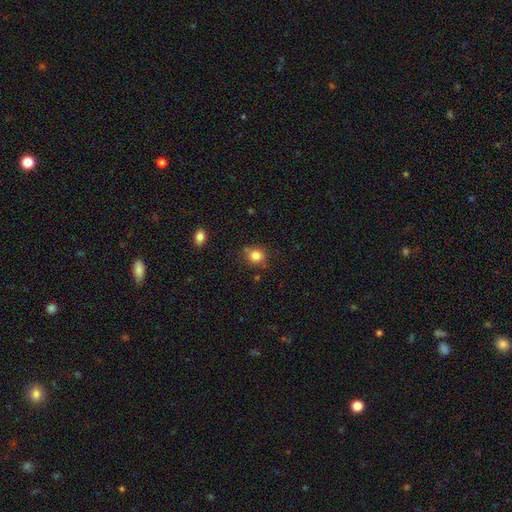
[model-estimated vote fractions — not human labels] Smooth or featured? Predicted: smooth (p=0.83). How rounded? Predicted: round (p=0.74). Merging? Predicted: none (p=0.75).